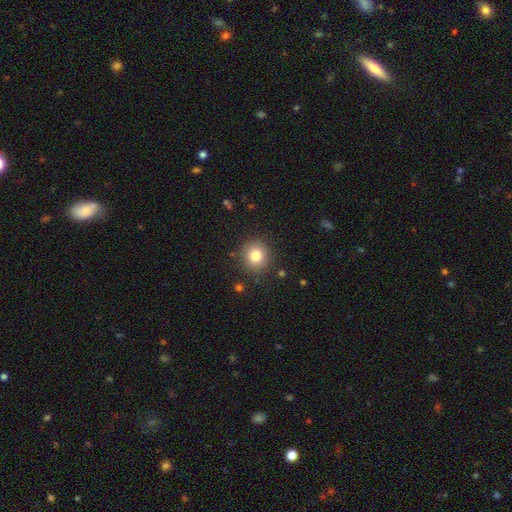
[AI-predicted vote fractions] smooth 79%, star or artifact 11%, featured or disk 9%. Down the decision tree: how rounded — round (87%); merging — none (88%).